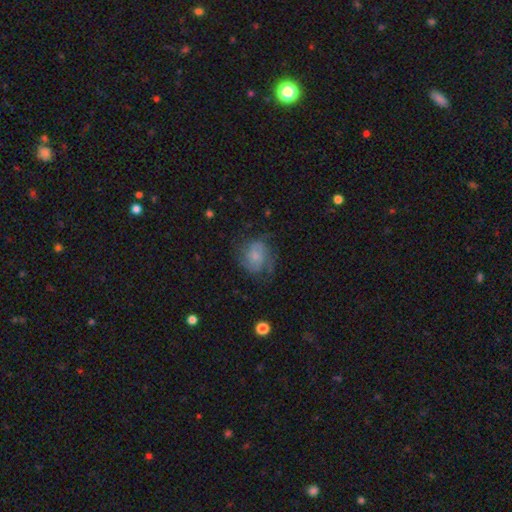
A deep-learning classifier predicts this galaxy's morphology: This appears to be a featured or disk galaxy (66%) with no bar (70%), 2 (47%) tight (42%, tied with medium) spiral arms (91%) and a small central bulge (54%). Merging: none (62%).